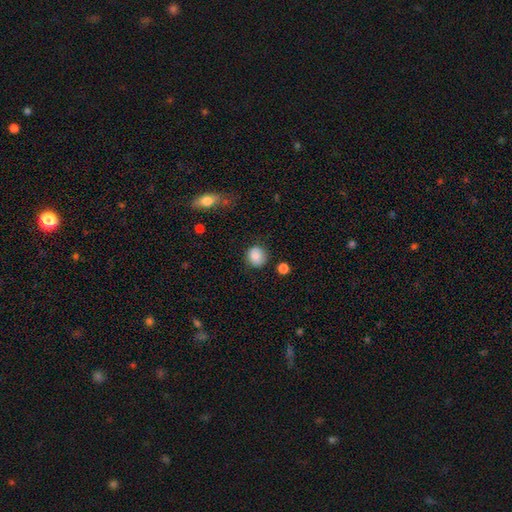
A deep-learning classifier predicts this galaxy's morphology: Q: Smooth or featured?
A: smooth (87%); runner-up: star or artifact (8%)
Q: How rounded?
A: round (83%); runner-up: in between (16%)
Q: Merging?
A: none (83%); runner-up: minor disturbance (11%)